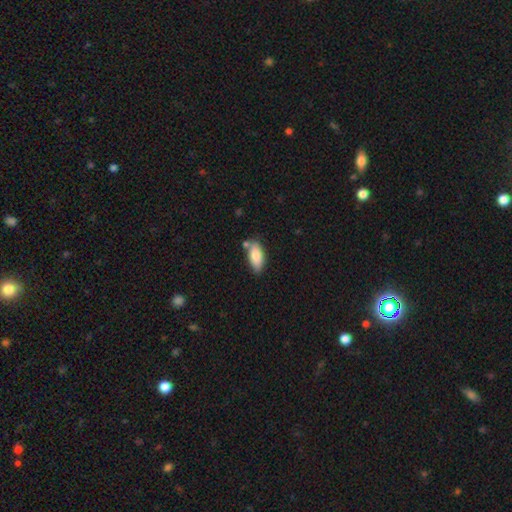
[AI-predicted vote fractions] smooth_or_featured: smooth (p=0.83) [alt: featured or disk p=0.11]
how_rounded: in between (p=0.86) [alt: cigar-shaped p=0.11]
merging: none (p=0.67) [alt: minor disturbance p=0.19]